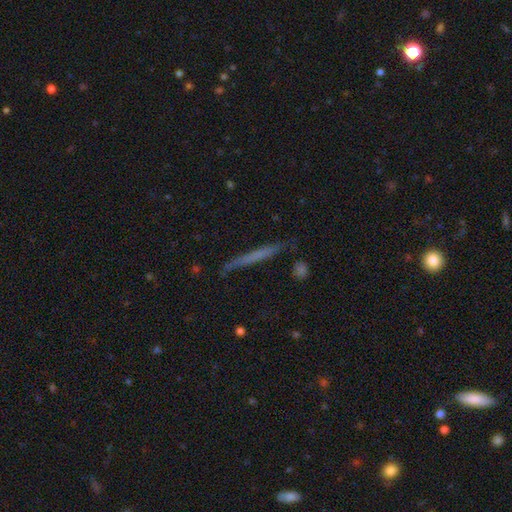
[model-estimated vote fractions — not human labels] Overall: smooth (47%; featured or disk 45%). Merging: none (82%).